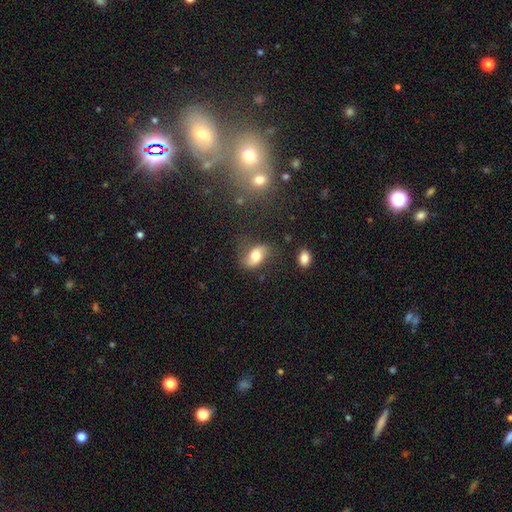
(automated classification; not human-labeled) This appears to be a smooth galaxy with no disk features (58%) that is in between round and cigar-shaped (84%). Merging: none (63%).